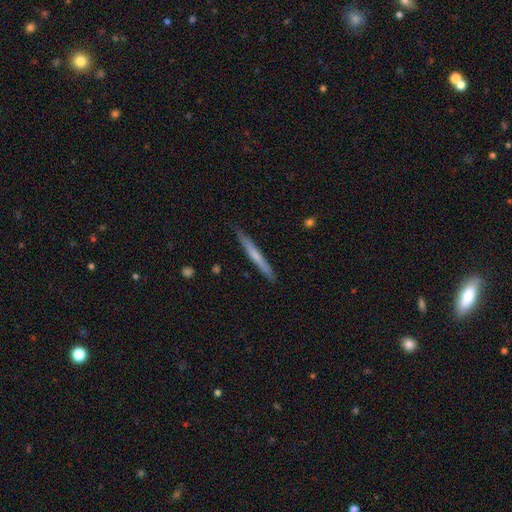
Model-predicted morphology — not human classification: Smooth or featured: smooth — 50% (featured or disk — 44%)
How rounded: cigar-shaped — 96% (in between — 2%)
Merging: none — 89% (minor disturbance — 9%)